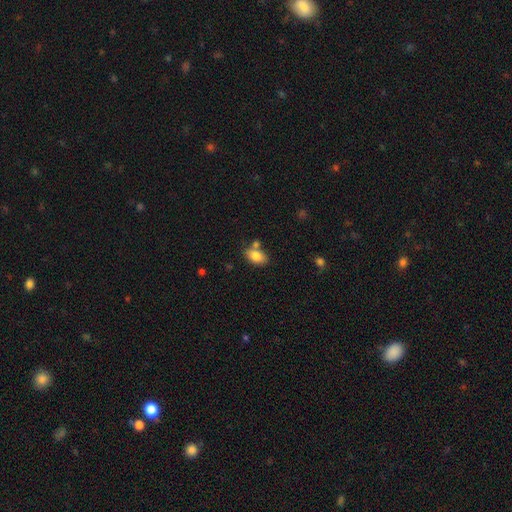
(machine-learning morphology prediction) smooth_or_featured: smooth (p=0.83) [alt: featured or disk p=0.09]
how_rounded: in between (p=0.88) [alt: round p=0.10]
merging: none (p=0.65) [alt: merger p=0.17]